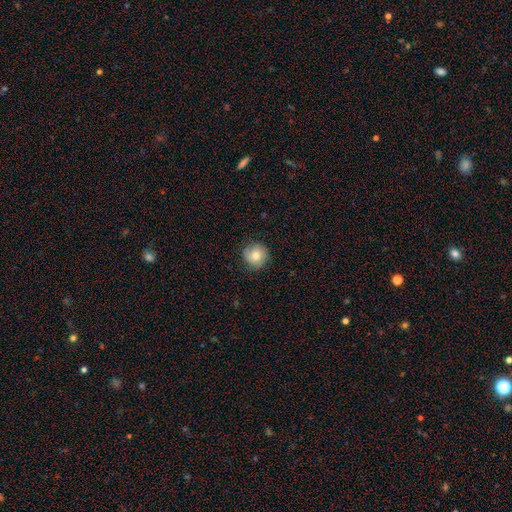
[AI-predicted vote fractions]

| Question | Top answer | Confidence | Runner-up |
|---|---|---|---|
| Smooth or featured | smooth | 70% | featured or disk (21%) |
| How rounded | round | 92% | in between (7%) |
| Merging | none | 79% | minor disturbance (16%) |